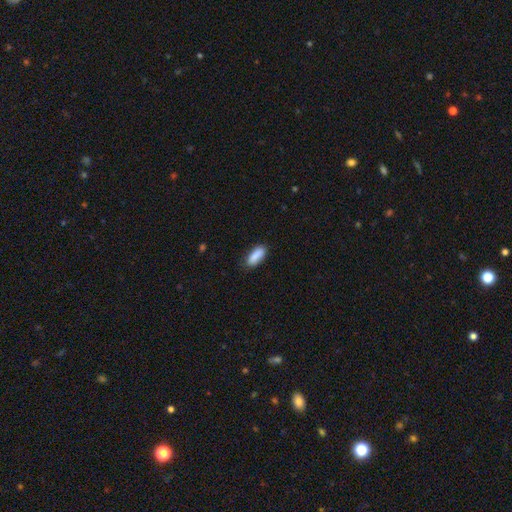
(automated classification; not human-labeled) Q: Smooth or featured?
A: smooth (87%); runner-up: star or artifact (7%)
Q: How rounded?
A: in between (69%); runner-up: cigar-shaped (29%)
Q: Merging?
A: none (79%); runner-up: minor disturbance (16%)